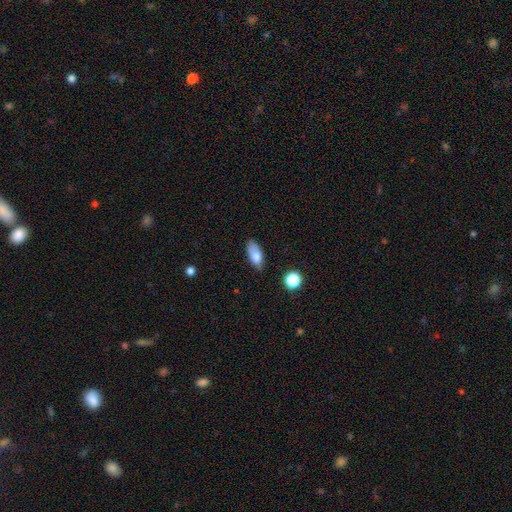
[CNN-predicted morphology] Q: Smooth or featured?
A: smooth (81%); runner-up: featured or disk (11%)
Q: How rounded?
A: in between (86%); runner-up: cigar-shaped (11%)
Q: Merging?
A: none (67%); runner-up: minor disturbance (25%)